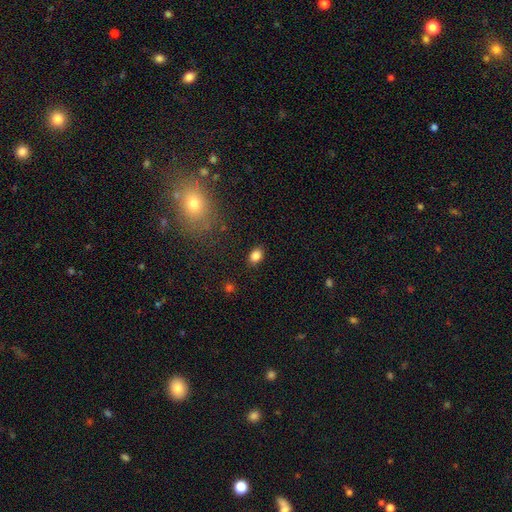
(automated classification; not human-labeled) The model was most divided on "how rounded": in between: 77%, round: 22%, cigar-shaped: 1%. More confident: merging — none (86%); smooth or featured — smooth (84%).